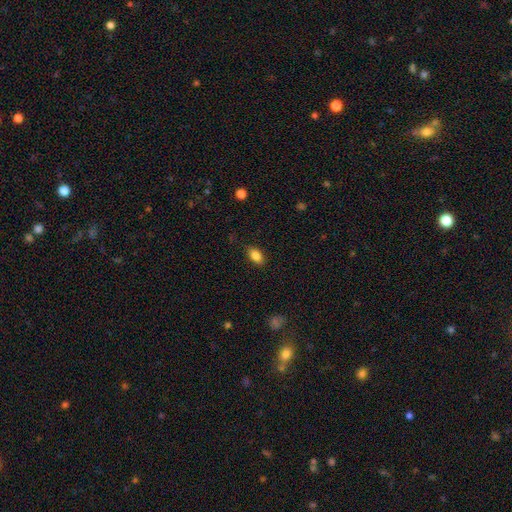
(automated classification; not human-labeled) Smooth or featured: smooth — 85% (star or artifact — 9%)
How rounded: in between — 89% (round — 8%)
Merging: none — 85% (minor disturbance — 11%)